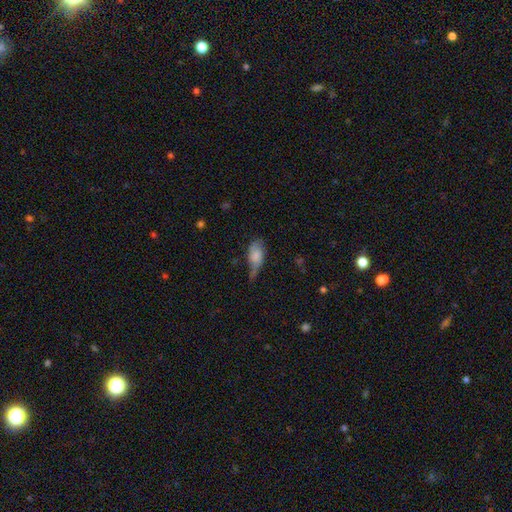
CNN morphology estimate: type=smooth (67%); roundness=in between (90%); merging=minor disturbance (41%).